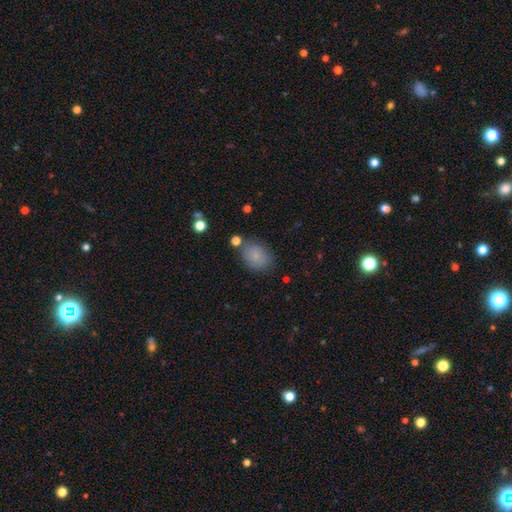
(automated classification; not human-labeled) smooth-or-featured: smooth: 80% | star or artifact: 10% | featured or disk: 10%
  how-rounded: in between: 70% | round: 29% | cigar-shaped: 1%
  merging: none: 75% | minor disturbance: 15% | merger: 5% | major disturbance: 4%